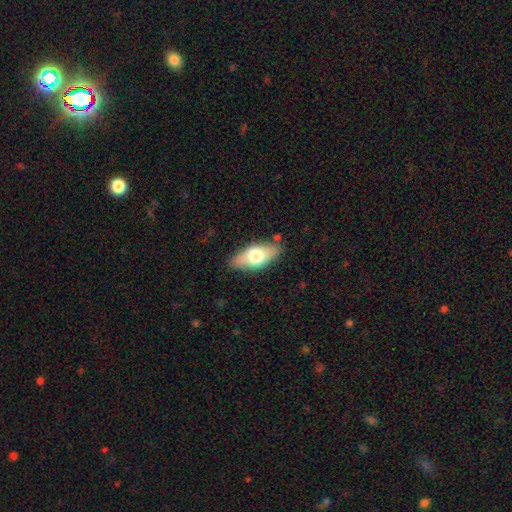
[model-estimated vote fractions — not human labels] Morphology: type=smooth (65%); roundness=in between (83%); merging=none (81%).